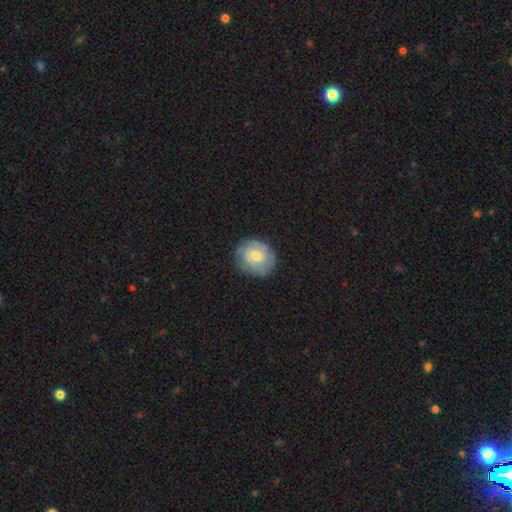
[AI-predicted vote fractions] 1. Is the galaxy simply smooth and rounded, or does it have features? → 53% smooth, 40% featured or disk, 7% star or artifact.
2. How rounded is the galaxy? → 79% round, 20% in between, 1% cigar-shaped.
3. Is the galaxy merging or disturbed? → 78% none, 17% minor disturbance, 5% major disturbance, 1% merger.